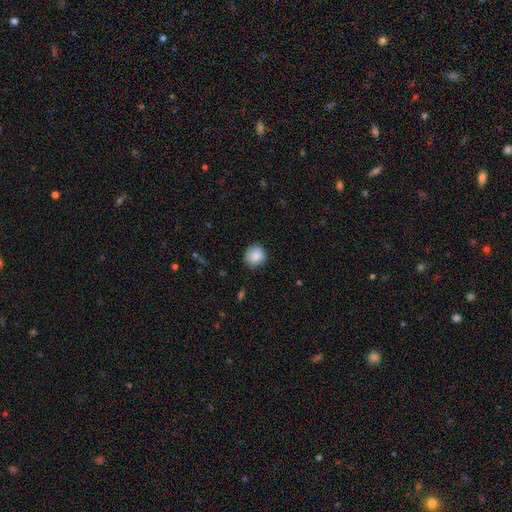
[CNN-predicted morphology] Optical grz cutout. It shows a smooth galaxy with no disk features (85%) that is round (89%). Merging: none (81%).